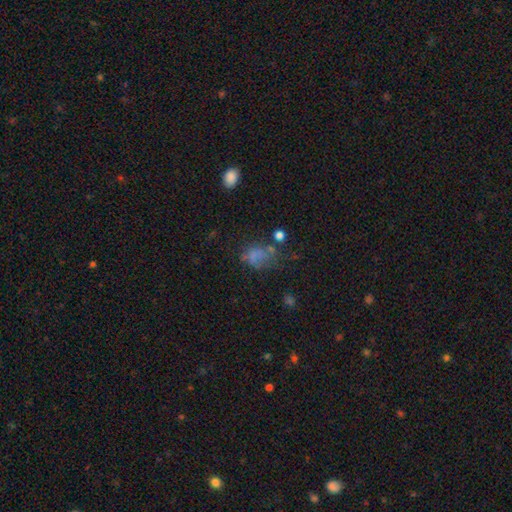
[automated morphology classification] Overall: smooth (57%; featured or disk 22%). How rounded: in between (63%; round 35%). Merging: none (37%; major disturbance 27%).